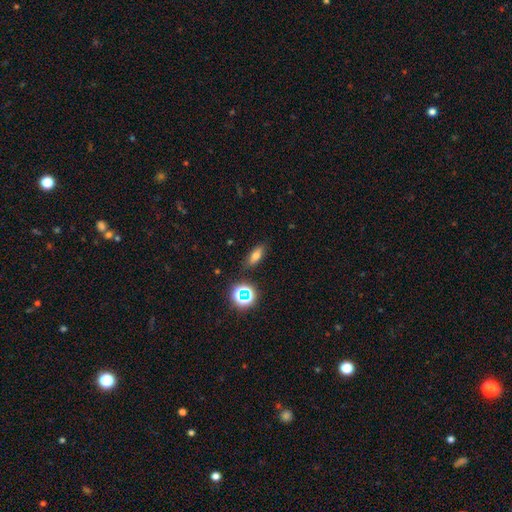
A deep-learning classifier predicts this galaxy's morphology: The model was most divided on "how rounded": in between: 69%, cigar-shaped: 23%, round: 9%. More confident: merging — none (84%); smooth or featured — smooth (67%).